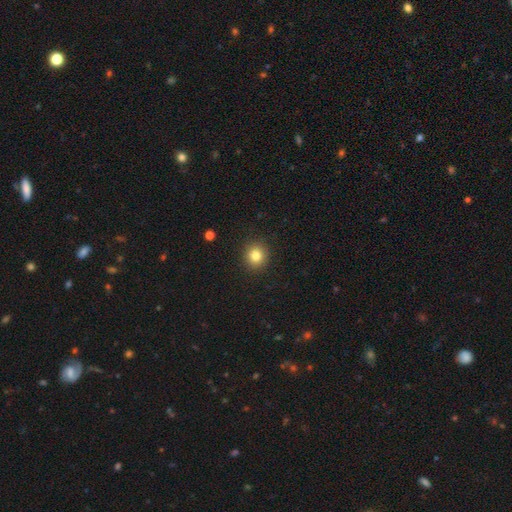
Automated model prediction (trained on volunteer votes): Morphology: type=smooth (82%); roundness=round (90%); merging=none (92%).